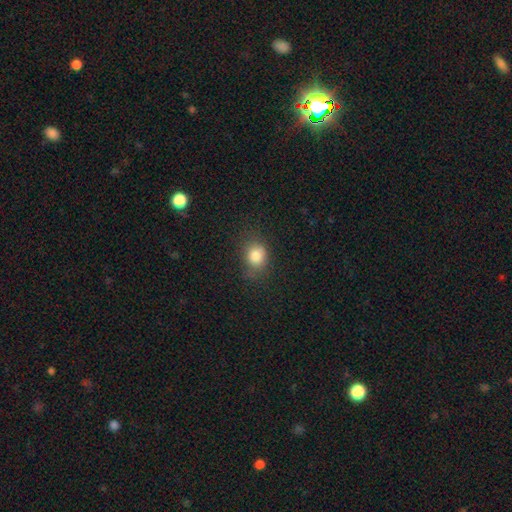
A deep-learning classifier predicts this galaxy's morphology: smooth 82%, star or artifact 11%, featured or disk 7%. Down the decision tree: how rounded — round (58%); merging — none (67%).